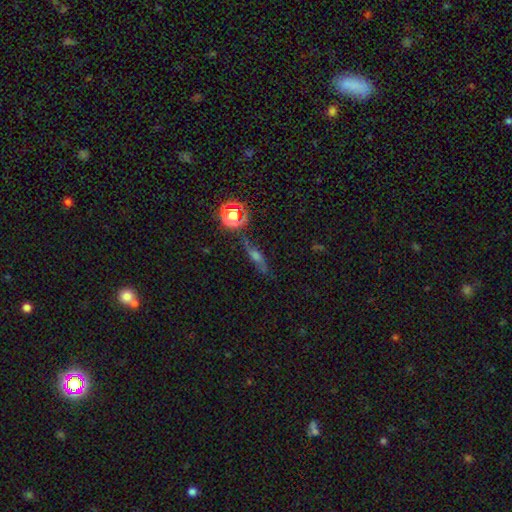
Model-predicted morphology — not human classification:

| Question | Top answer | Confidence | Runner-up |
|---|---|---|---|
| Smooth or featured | featured or disk | 44% | smooth (35%) |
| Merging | none | 76% | minor disturbance (16%) |